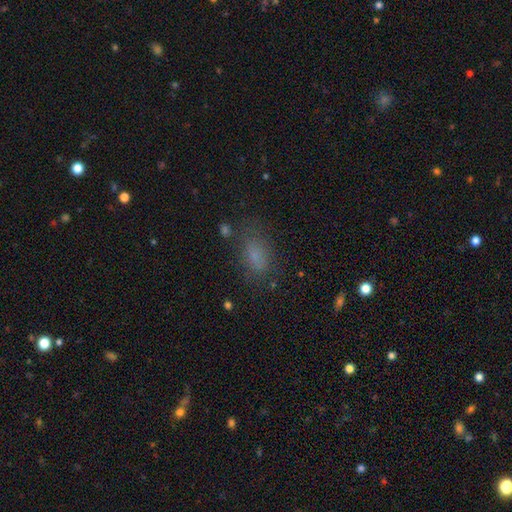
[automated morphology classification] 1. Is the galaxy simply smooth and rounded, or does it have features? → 73% smooth, 17% star or artifact, 10% featured or disk.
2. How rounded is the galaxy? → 85% in between, 11% round, 4% cigar-shaped.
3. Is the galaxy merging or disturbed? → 73% none, 16% minor disturbance, 8% major disturbance, 3% merger.